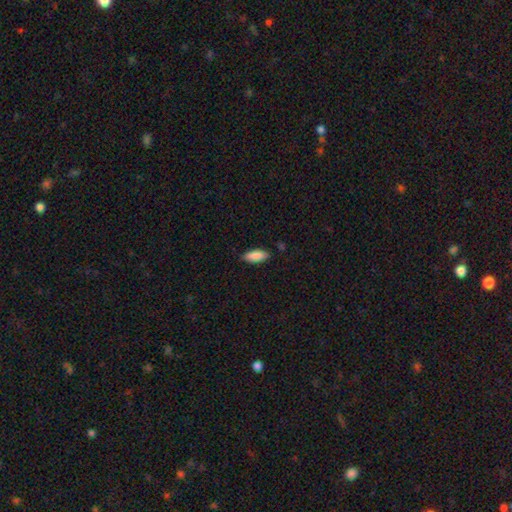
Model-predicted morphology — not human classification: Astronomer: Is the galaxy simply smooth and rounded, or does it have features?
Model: smooth — 88%.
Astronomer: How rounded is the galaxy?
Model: in between — 75%.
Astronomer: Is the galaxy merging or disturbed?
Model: none — 85%.